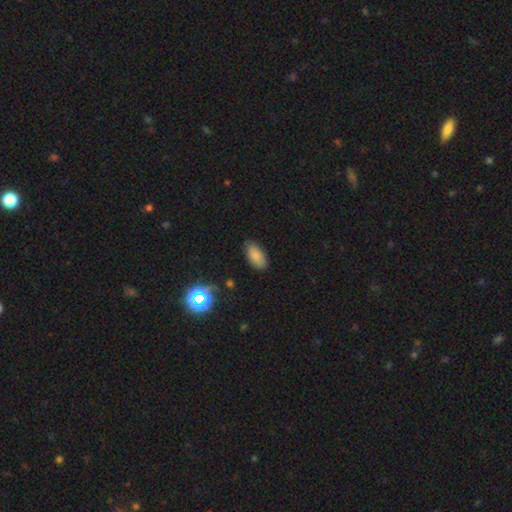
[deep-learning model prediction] Smooth or featured: smooth — 82% (star or artifact — 11%)
How rounded: in between — 93% (cigar-shaped — 4%)
Merging: none — 81% (minor disturbance — 15%)